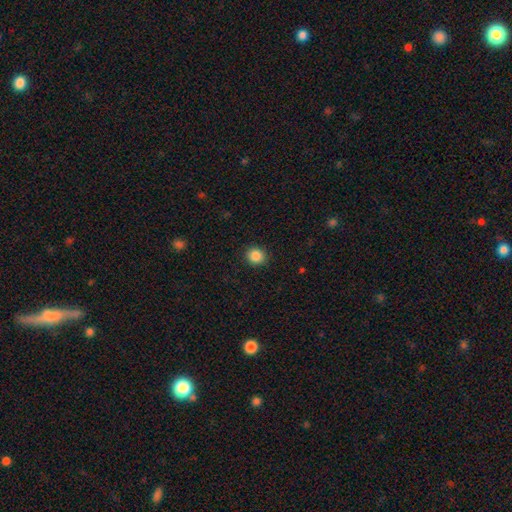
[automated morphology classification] Q: Smooth or featured?
A: smooth (87%); runner-up: star or artifact (10%)
Q: How rounded?
A: round (88%); runner-up: in between (12%)
Q: Merging?
A: none (91%); runner-up: minor disturbance (6%)